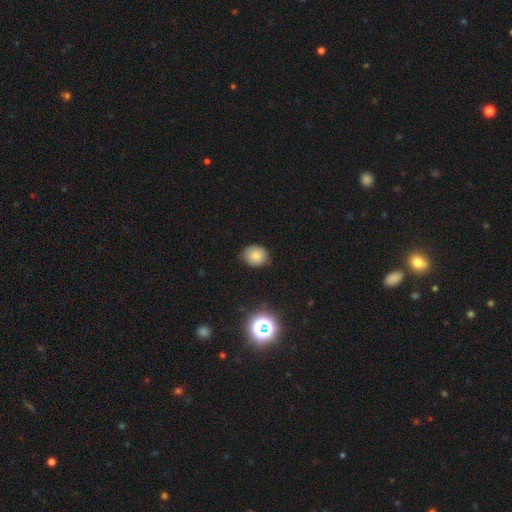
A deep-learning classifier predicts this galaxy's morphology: Smooth or featured? Predicted: smooth (p=0.78). How rounded? Predicted: round (p=0.67). Merging? Predicted: none (p=0.75).